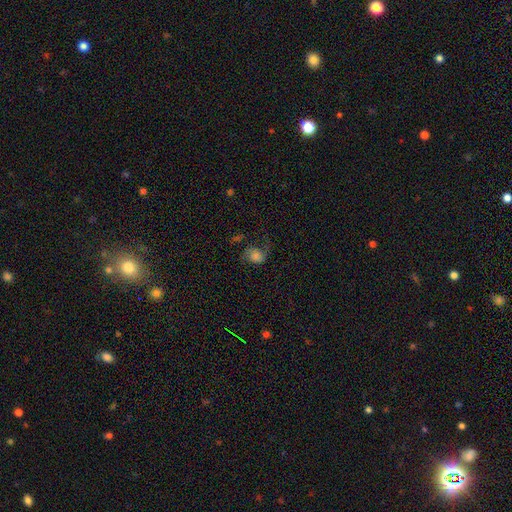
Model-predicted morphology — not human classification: A smooth galaxy with no disk features (54%) that is round (56%).

Vote fractions:
- Smooth or featured? smooth: 54% / featured or disk: 32% / star or artifact: 14%
- How rounded? round: 56% / in between: 42% / cigar-shaped: 1%
- Merging? none: 48% / major disturbance: 26% / minor disturbance: 24% / merger: 3%